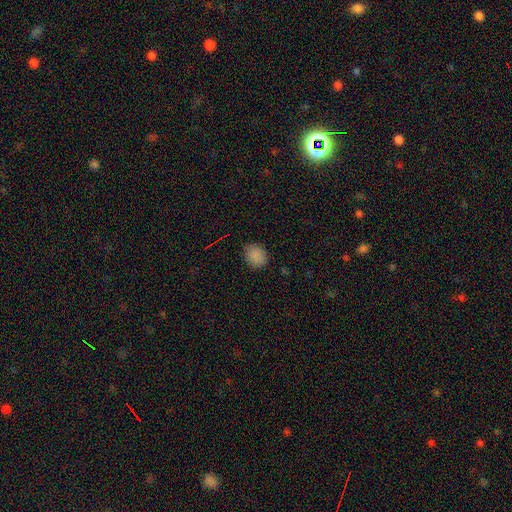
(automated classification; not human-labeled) A smooth galaxy with no disk features (85%) that is round (65%). Merging: none (85%).